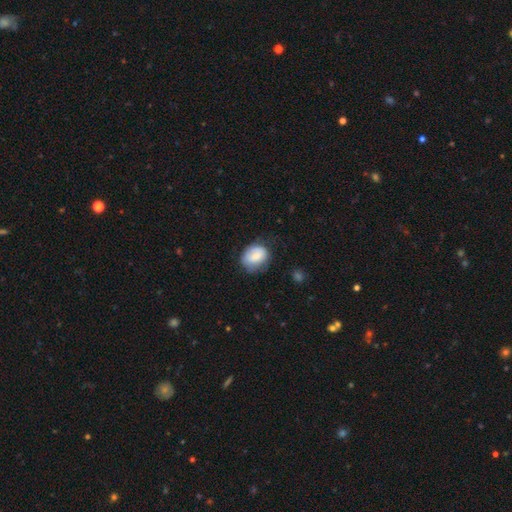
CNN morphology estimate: This appears to be a smooth galaxy with no disk features (76%) that is round (51%). Merging: none (61%).